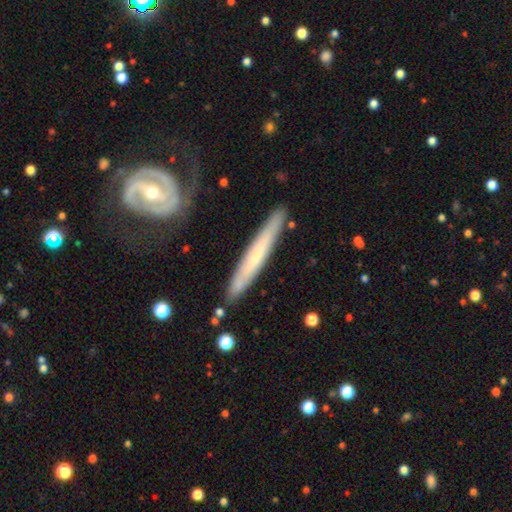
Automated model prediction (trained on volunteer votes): This is possibly a featured or disk galaxy (49%). Merging: clearly none (82%).